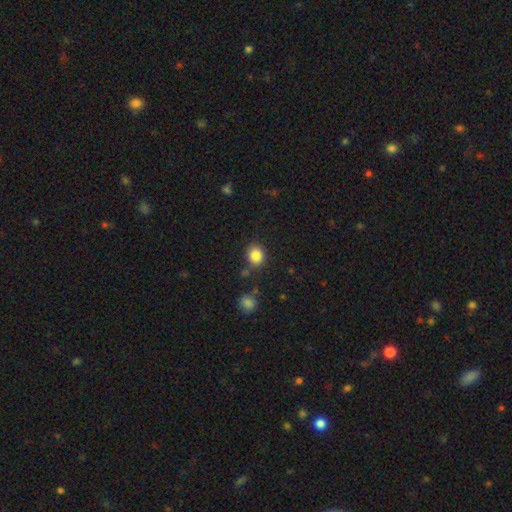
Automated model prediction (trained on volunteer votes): smooth 85%, star or artifact 10%, featured or disk 5%. Down the decision tree: how rounded — round (69%); merging — none (78%).